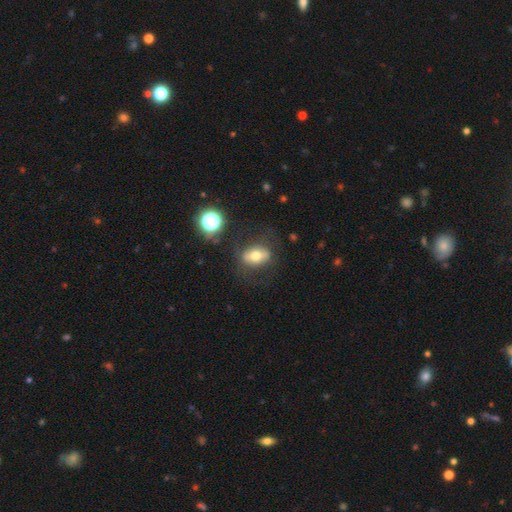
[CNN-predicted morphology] The model was most divided on "smooth or featured": smooth: 56%, featured or disk: 33%, star or artifact: 11%. More confident: how rounded — in between (74%); merging — none (73%).